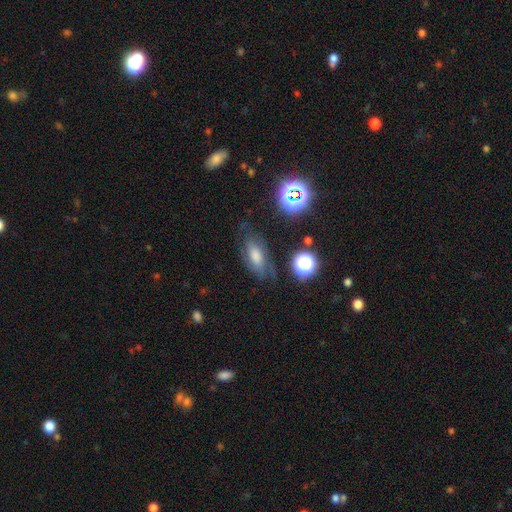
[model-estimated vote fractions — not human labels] Q: Smooth or featured?
A: smooth (46%); runner-up: featured or disk (33%)
Q: Merging?
A: none (69%); runner-up: minor disturbance (20%)